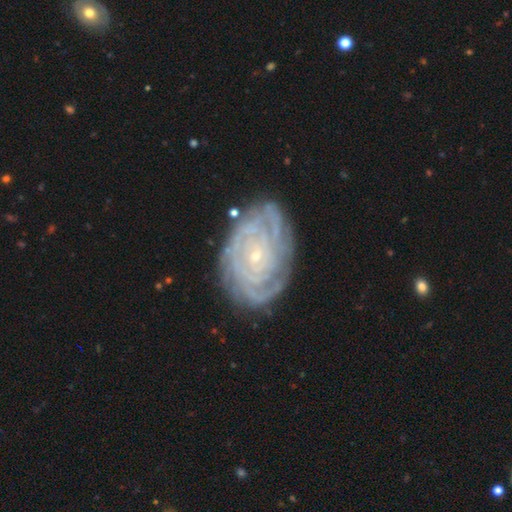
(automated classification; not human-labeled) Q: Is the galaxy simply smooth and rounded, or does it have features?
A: featured or disk — 87%.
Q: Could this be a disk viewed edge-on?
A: no — 97%.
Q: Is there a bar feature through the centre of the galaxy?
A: no — 77%.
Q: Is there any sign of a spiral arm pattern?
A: yes — 97%.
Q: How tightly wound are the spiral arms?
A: tight — 84%.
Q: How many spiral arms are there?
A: can't tell — 28%.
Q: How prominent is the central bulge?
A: small — 84%.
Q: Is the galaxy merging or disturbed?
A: none — 77%.